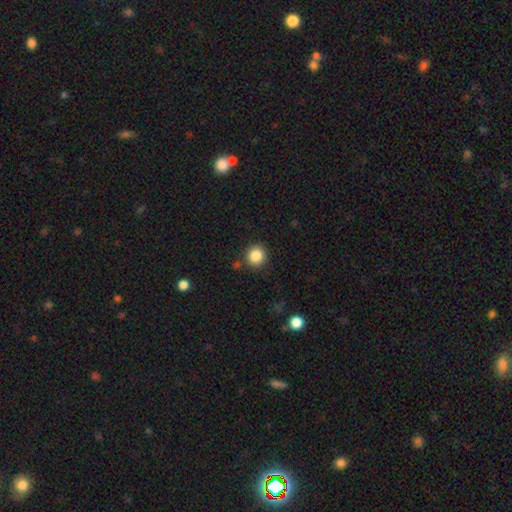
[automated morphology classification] A smooth galaxy with no disk features (85%) that is round (90%). Merging: none (87%).